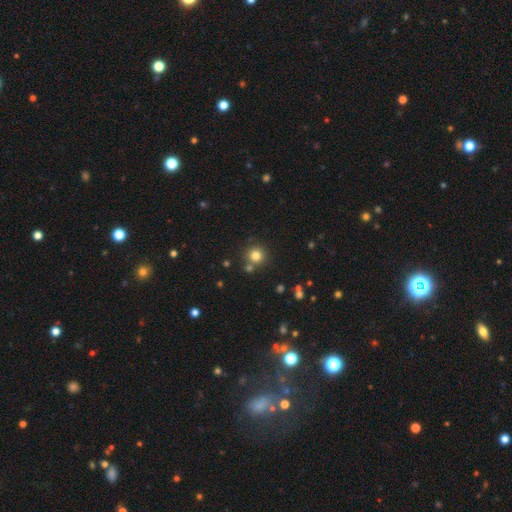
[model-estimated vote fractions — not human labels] smooth 79%, star or artifact 14%, featured or disk 7%. Down the decision tree: how rounded — round (94%); merging — none (78%).